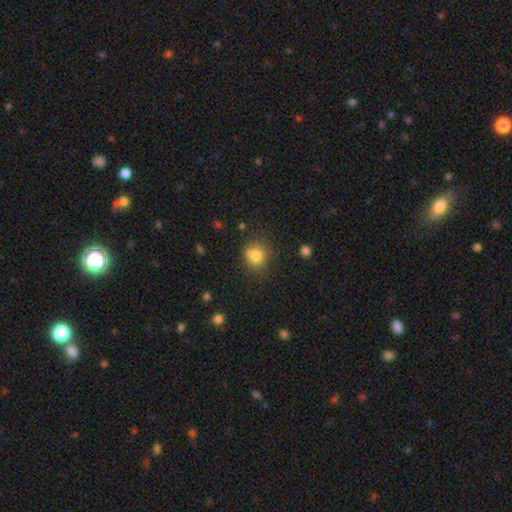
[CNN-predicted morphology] Q: Smooth or featured?
A: smooth (79%); runner-up: star or artifact (12%)
Q: How rounded?
A: round (82%); runner-up: in between (17%)
Q: Merging?
A: none (66%); runner-up: minor disturbance (17%)